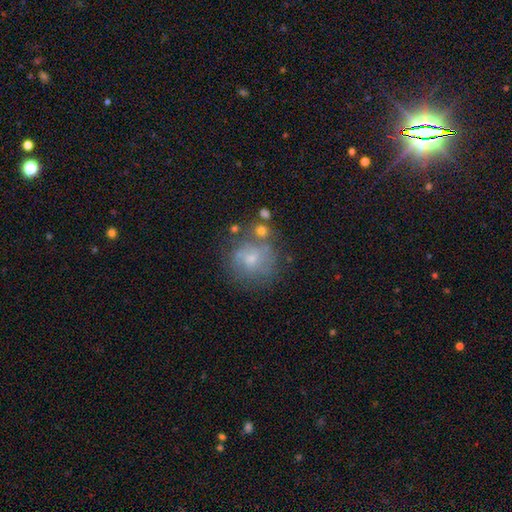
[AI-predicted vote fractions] Smooth or featured?
  - star or artifact: 34% * (tied)
  - featured or disk: 34% * (tied)
  - smooth: 32%